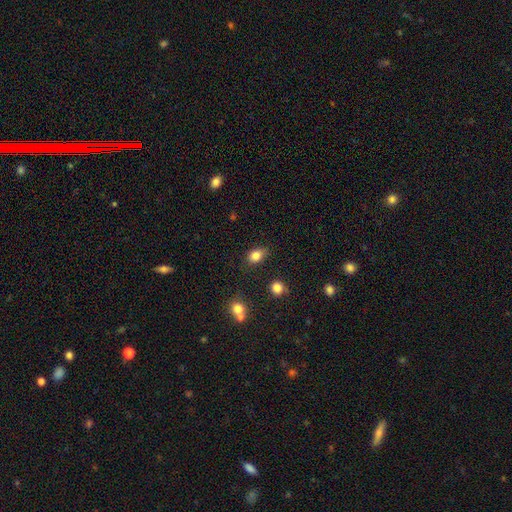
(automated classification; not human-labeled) The model was most divided on "how rounded": in between: 68%, round: 30%, cigar-shaped: 2%. More confident: smooth or featured — smooth (83%); merging — none (72%).